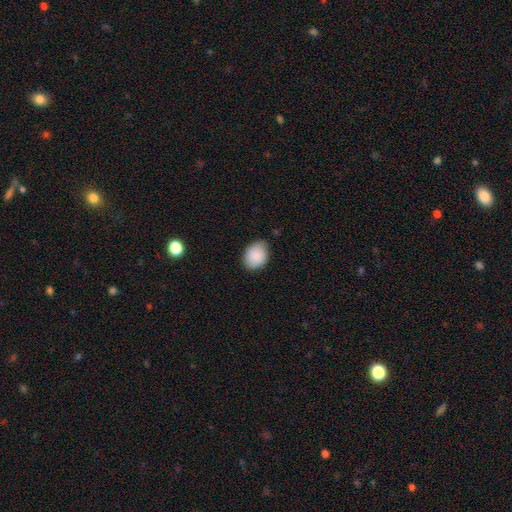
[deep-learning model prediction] This is clearly a smooth galaxy (89%). How rounded: likely in between (68%). Merging: likely none (79%).